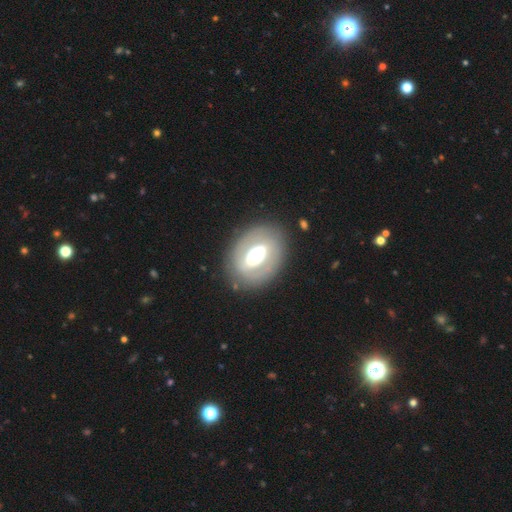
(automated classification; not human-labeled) smooth-or-featured: featured or disk: 56% | smooth: 36% | star or artifact: 7%
  disk-edge-on: no: 91% | yes: 9%
    bar: strong: 37% | no: 34% | weak: 29%
    has-spiral-arms: no: 81% | yes: 19%
    bulge-size: moderate: 51% | large: 36% | dominant: 7% | small: 5% | none: 1%
  merging: none: 80% | minor disturbance: 12% | major disturbance: 7% | merger: 2%